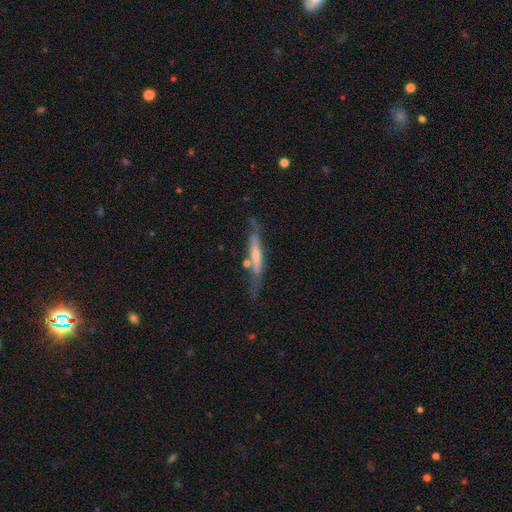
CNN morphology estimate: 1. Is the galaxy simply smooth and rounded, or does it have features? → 59% featured or disk, 34% smooth, 6% star or artifact.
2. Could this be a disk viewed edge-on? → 84% yes, 16% no.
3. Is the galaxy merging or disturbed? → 61% none, 24% minor disturbance, 8% major disturbance, 8% merger.